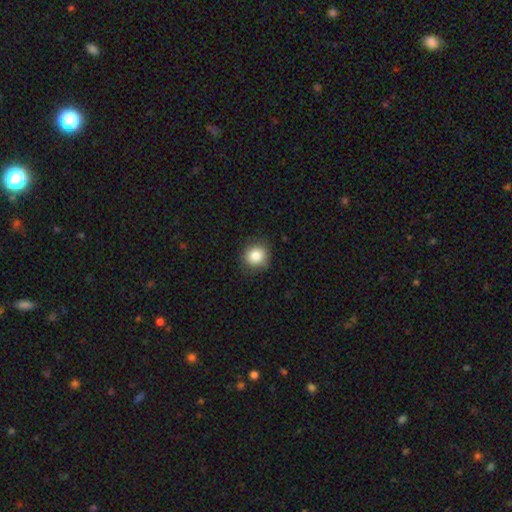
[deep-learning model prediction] A smooth galaxy with no disk features (84%) that is round (86%).

Vote fractions:
- Smooth or featured? smooth: 84% / star or artifact: 10% / featured or disk: 6%
- How rounded? round: 86% / in between: 13% / cigar-shaped: 1%
- Merging? none: 86% / minor disturbance: 11% / major disturbance: 3% / merger: 1%